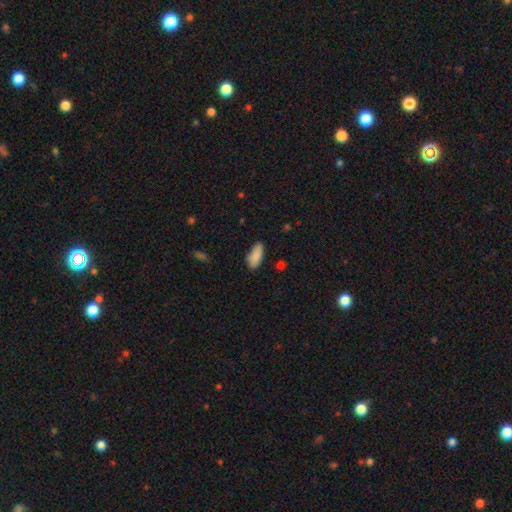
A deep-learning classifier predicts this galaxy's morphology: Smooth or featured?
  - smooth: 88% *
  - star or artifact: 7%
  - featured or disk: 5%
How rounded?
  - in between: 82% *
  - cigar-shaped: 17%
  - round: 2%
Merging?
  - none: 76% *
  - minor disturbance: 19%
  - major disturbance: 3%
  - merger: 2%